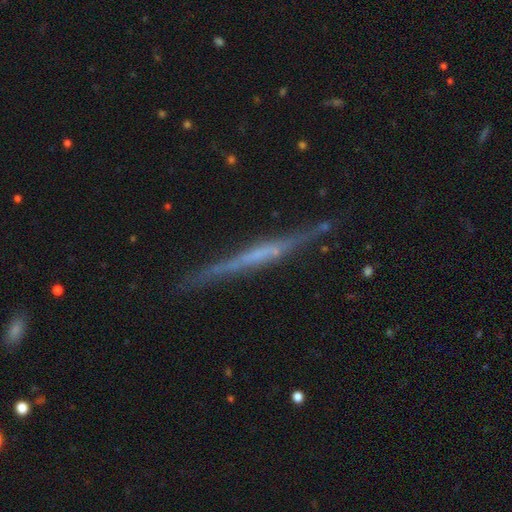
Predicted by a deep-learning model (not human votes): This appears to be a featured or disk galaxy (71%) viewed edge-on (97%) with no central bulge (67%). Merging: none (85%).